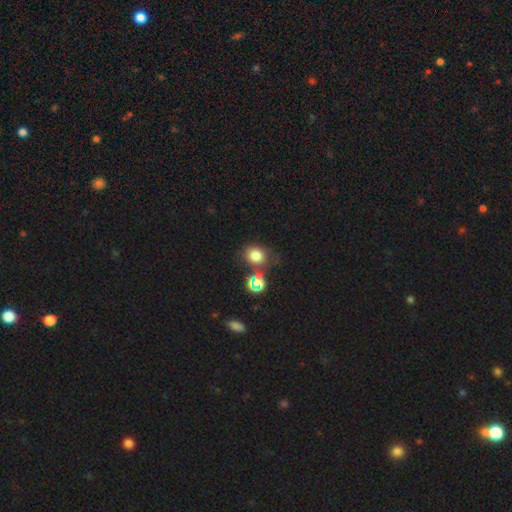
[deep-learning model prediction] smooth-or-featured: smooth: 75% | star or artifact: 16% | featured or disk: 8%
  how-rounded: round: 61% | in between: 38% | cigar-shaped: 1%
  merging: none: 62% | merger: 16% | minor disturbance: 16% | major disturbance: 6%